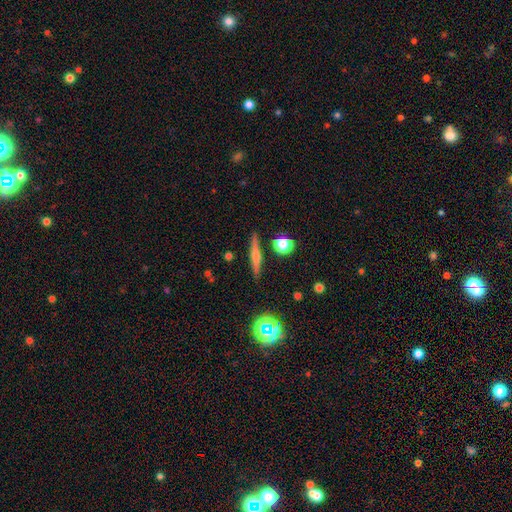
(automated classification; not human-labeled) Smooth or featured? featured or disk (54%)
Edge-on disk? yes (96%)
Edge-on bulge? rounded (66%)
Merging? none (88%)